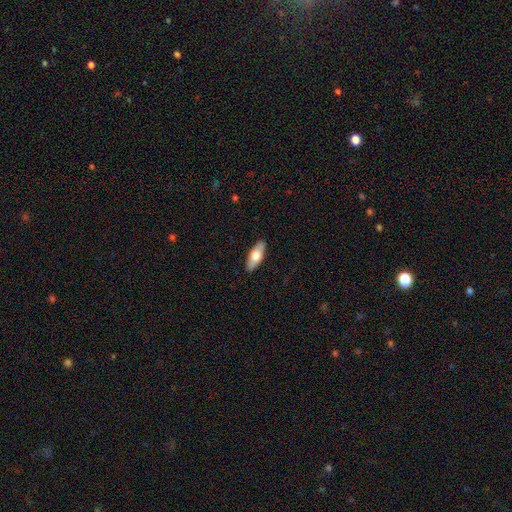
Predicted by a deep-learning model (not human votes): This appears to be a smooth galaxy with no disk features (68%) that is in between round and cigar-shaped (73%). Merging: none (89%).